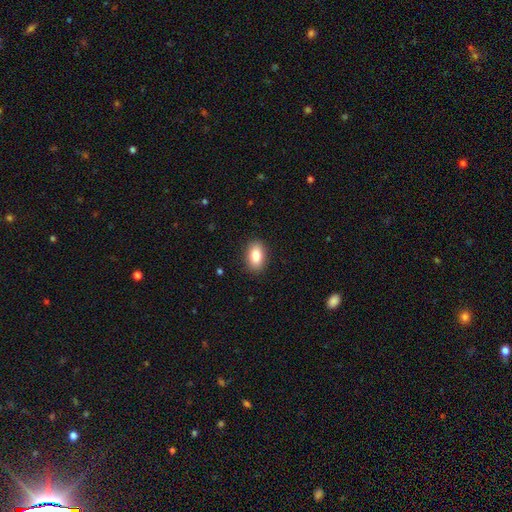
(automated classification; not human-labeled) The model was most divided on "smooth or featured": smooth: 84%, featured or disk: 8%, star or artifact: 8%. More confident: merging — none (89%); how rounded — in between (89%).